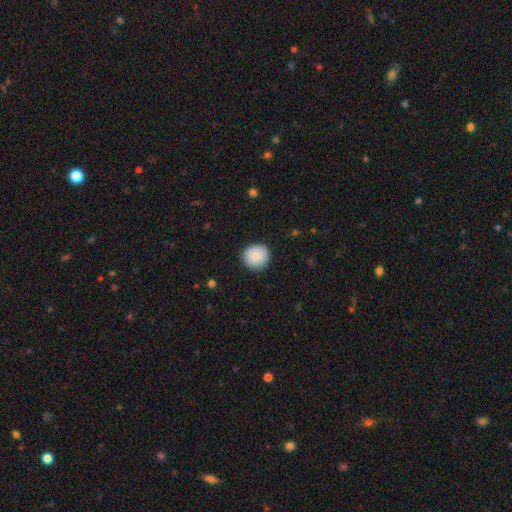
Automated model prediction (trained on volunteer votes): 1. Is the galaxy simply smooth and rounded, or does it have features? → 84% smooth, 9% featured or disk, 7% star or artifact.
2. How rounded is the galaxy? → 92% round, 7% in between, 1% cigar-shaped.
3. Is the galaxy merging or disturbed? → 88% none, 9% minor disturbance, 2% major disturbance, 1% merger.